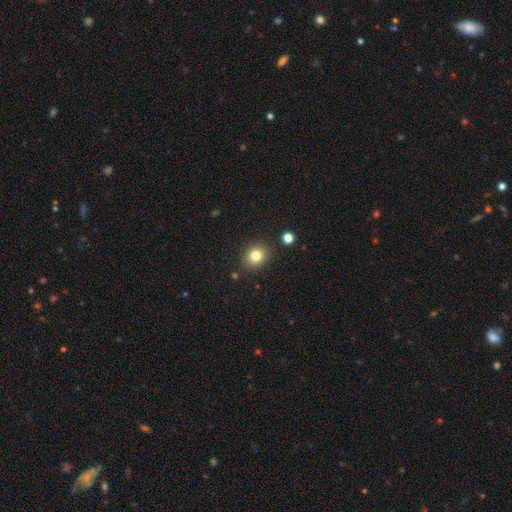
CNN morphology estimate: smooth 80%, star or artifact 12%, featured or disk 7%. Down the decision tree: how rounded — round (76%); merging — none (88%).